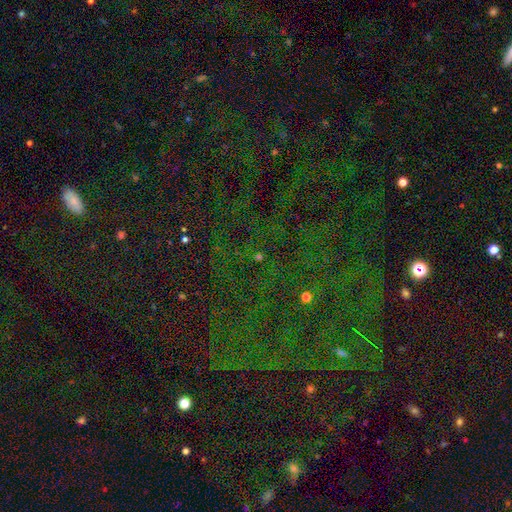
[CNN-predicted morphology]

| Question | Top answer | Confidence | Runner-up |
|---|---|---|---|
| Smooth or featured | star or artifact | 78% | smooth (14%) |